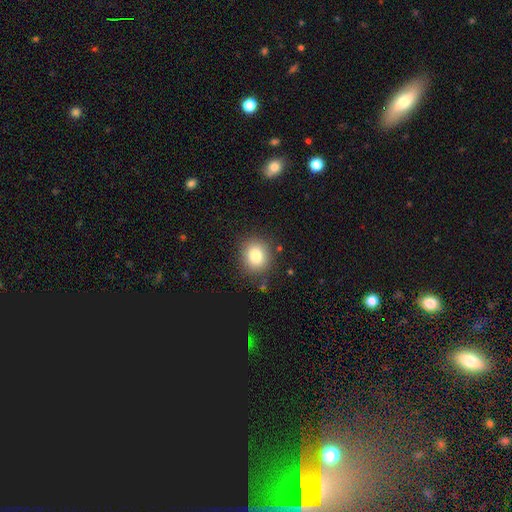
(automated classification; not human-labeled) Smooth or featured?
  - smooth: 81% *
  - star or artifact: 11%
  - featured or disk: 8%
How rounded?
  - round: 79% *
  - in between: 20%
  - cigar-shaped: 1%
Merging?
  - none: 87% *
  - minor disturbance: 9%
  - major disturbance: 3%
  - merger: 2%